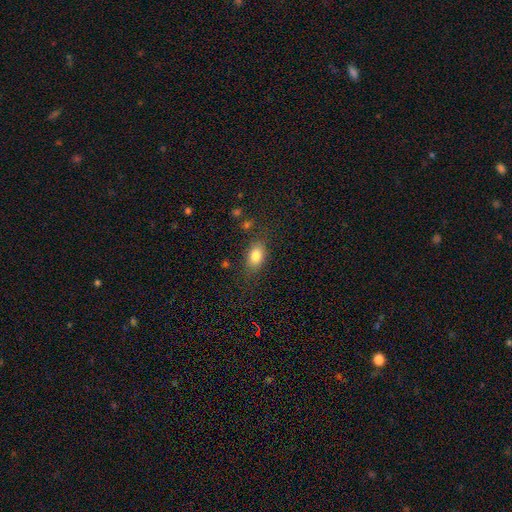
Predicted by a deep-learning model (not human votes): Morphology: type=smooth (82%); roundness=in between (84%); merging=none (78%).